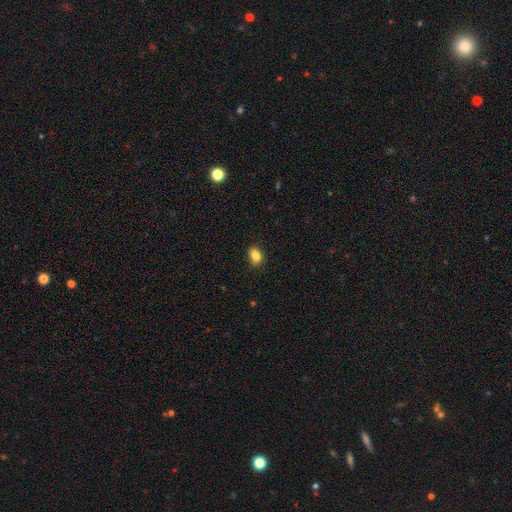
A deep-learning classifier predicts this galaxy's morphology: Smooth or featured? Predicted: smooth (p=0.84). How rounded? Predicted: in between (p=0.80). Merging? Predicted: none (p=0.73).